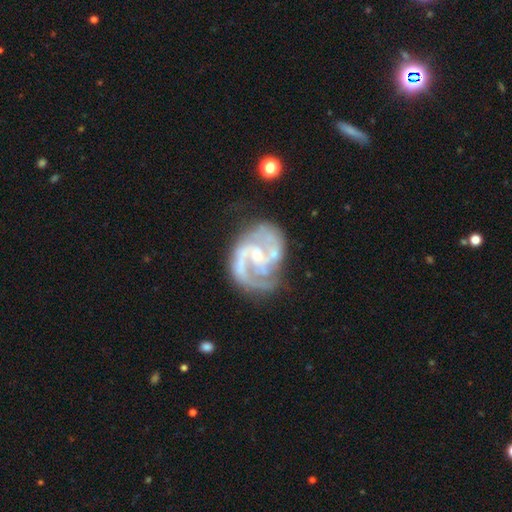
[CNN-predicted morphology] Smooth or featured: featured or disk — 91% (star or artifact — 5%)
Edge-on disk: no — 98% (yes — 2%)
Bar: weak — 47% (no — 35%)
Spiral arms: yes — 97% (no — 3%)
Spiral winding: medium — 55% (tight — 30%)
Spiral arm count: 2 — 78% (3 — 8%)
Bulge size: small — 63% (moderate — 29%)
Merging: none — 60% (minor disturbance — 20%)